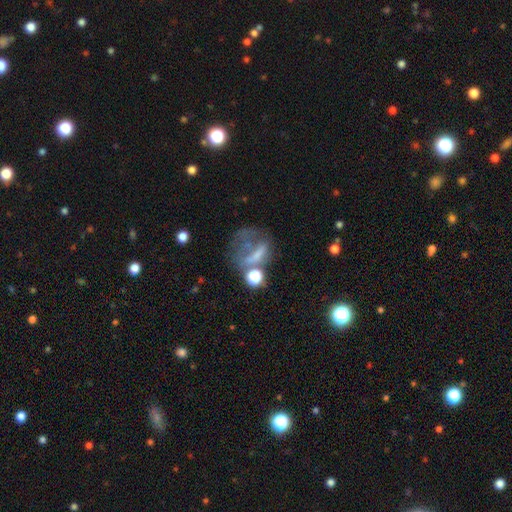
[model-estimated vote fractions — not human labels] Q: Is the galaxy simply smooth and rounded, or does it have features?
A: smooth — 41%.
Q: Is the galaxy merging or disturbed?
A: major disturbance — 41%.